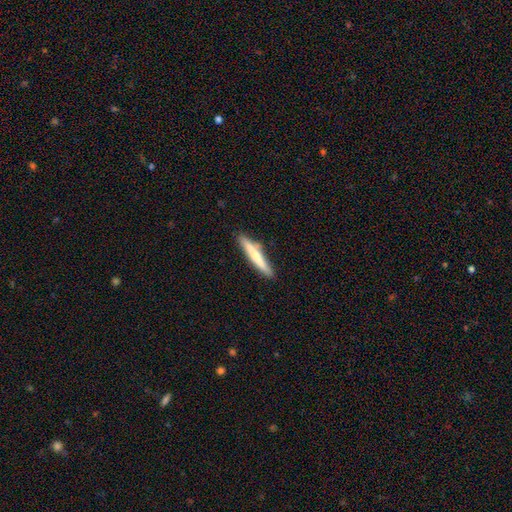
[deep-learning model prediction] This appears to be a smooth galaxy with no disk features (61%) that is cigar-shaped (94%). Merging: none (82%).